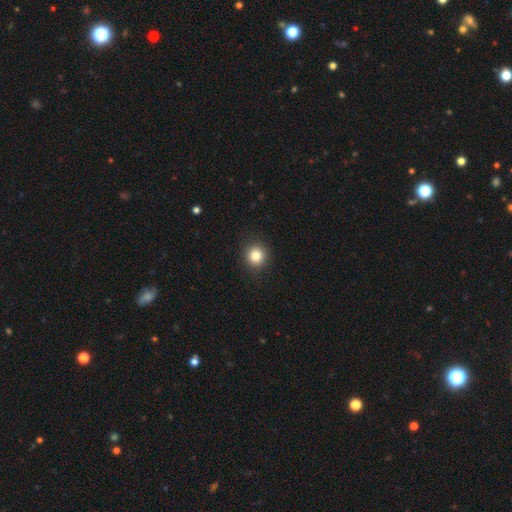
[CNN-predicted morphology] This appears to be a smooth galaxy with no disk features (84%) that is round (89%). Merging: none (91%).